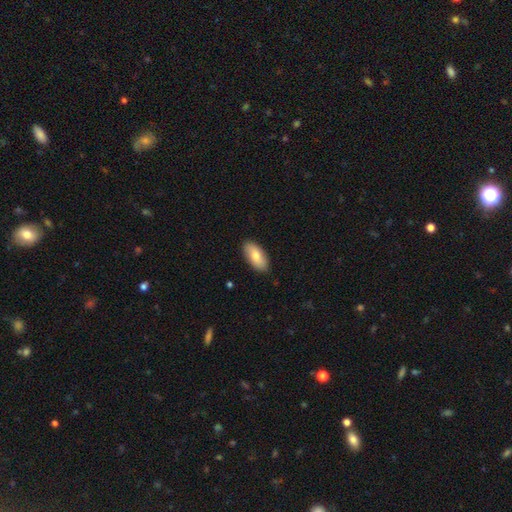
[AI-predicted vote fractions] Smooth or featured: smooth — 76% (featured or disk — 18%)
How rounded: in between — 92% (cigar-shaped — 6%)
Merging: none — 89% (minor disturbance — 9%)